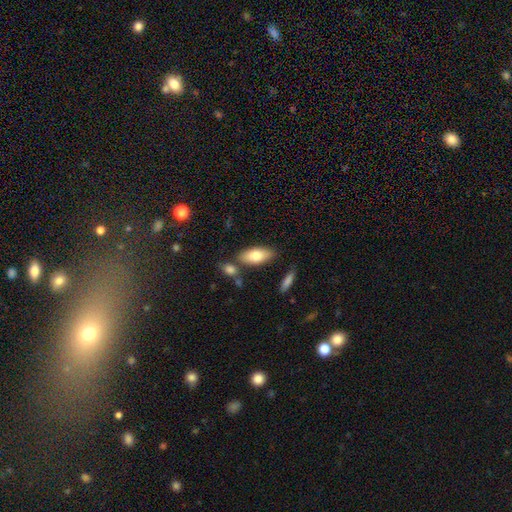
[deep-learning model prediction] A smooth galaxy with no disk features (76%) that is in between round and cigar-shaped (83%). Merging: none (74%).